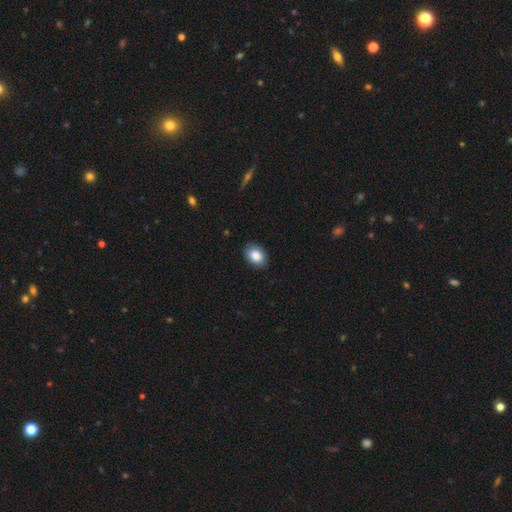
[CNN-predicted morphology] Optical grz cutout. It shows a smooth galaxy with no disk features (86%) that is in between round and cigar-shaped (80%). Merging: none (87%).